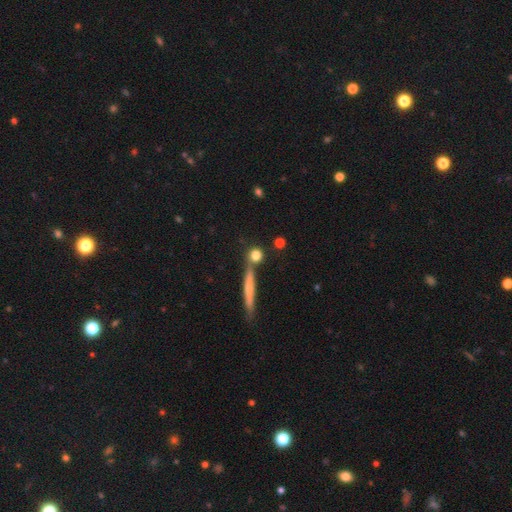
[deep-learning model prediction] Q: Smooth or featured?
A: smooth (77%); runner-up: featured or disk (13%)
Q: How rounded?
A: round (77%); runner-up: cigar-shaped (14%)
Q: Merging?
A: none (70%); runner-up: merger (16%)